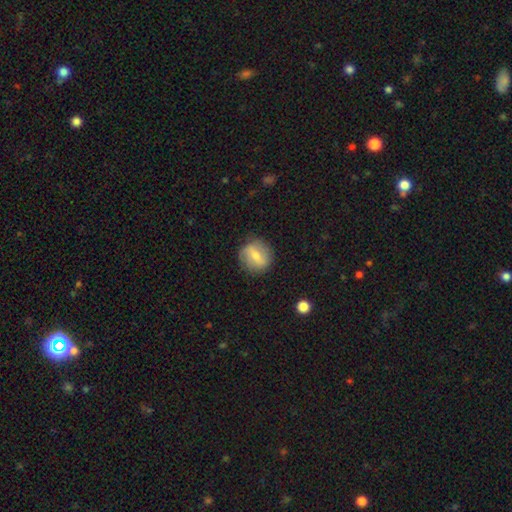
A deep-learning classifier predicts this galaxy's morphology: Smooth or featured: smooth — 50% (featured or disk — 43%)
Merging: none — 82% (minor disturbance — 13%)